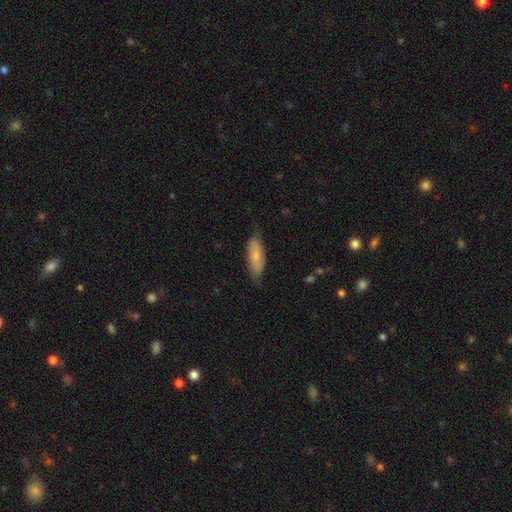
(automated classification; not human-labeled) Morphology: type=smooth (70%); roundness=in between (61%); merging=none (71%).